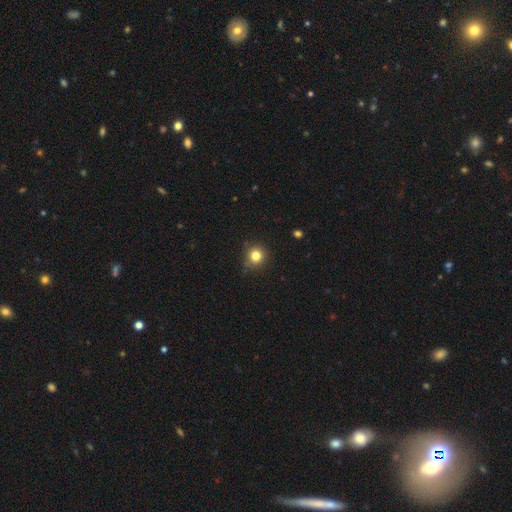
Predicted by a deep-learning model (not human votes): Q: Smooth or featured?
A: smooth (81%); runner-up: star or artifact (13%)
Q: How rounded?
A: round (91%); runner-up: in between (8%)
Q: Merging?
A: none (84%); runner-up: minor disturbance (12%)